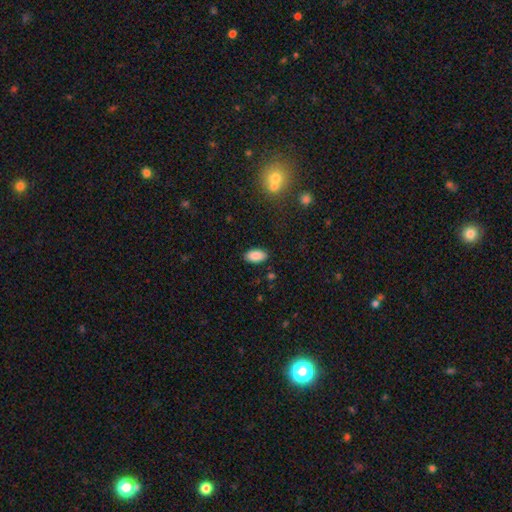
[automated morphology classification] The model was most divided on "merging": none: 88%, minor disturbance: 9%, major disturbance: 2%, merger: 1%. More confident: how rounded — in between (94%); smooth or featured — smooth (87%).